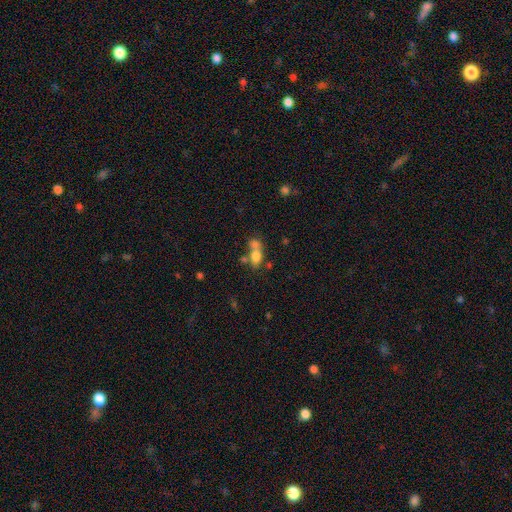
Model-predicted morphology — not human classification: Overall: smooth (71%). How rounded: in between (72%). Merging: merger (57%; none 28%).